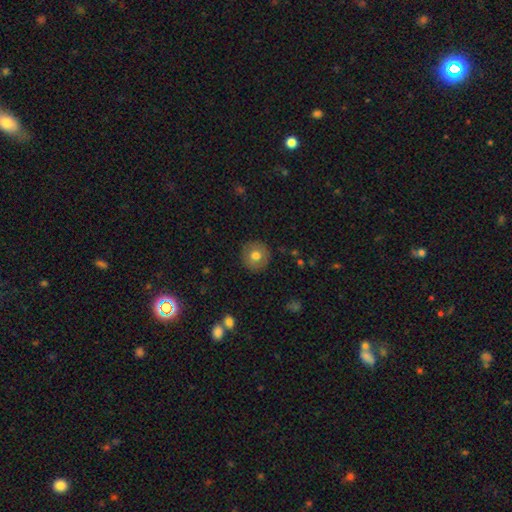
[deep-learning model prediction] Smooth or featured: smooth — 76% (featured or disk — 16%)
How rounded: round — 94% (in between — 5%)
Merging: none — 90% (minor disturbance — 7%)